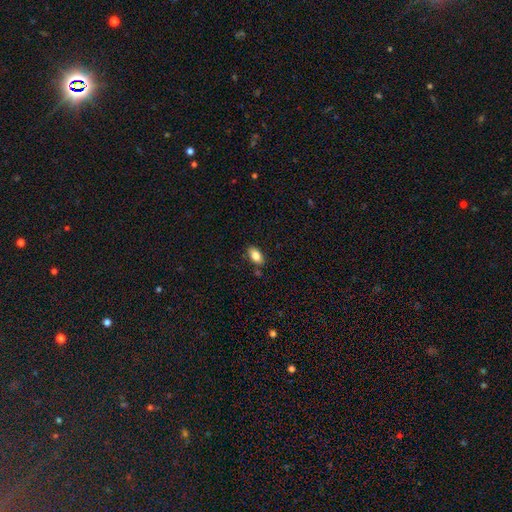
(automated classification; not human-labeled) This is likely a smooth galaxy (80%). How rounded: clearly in between (90%). Merging: clearly none (83%).